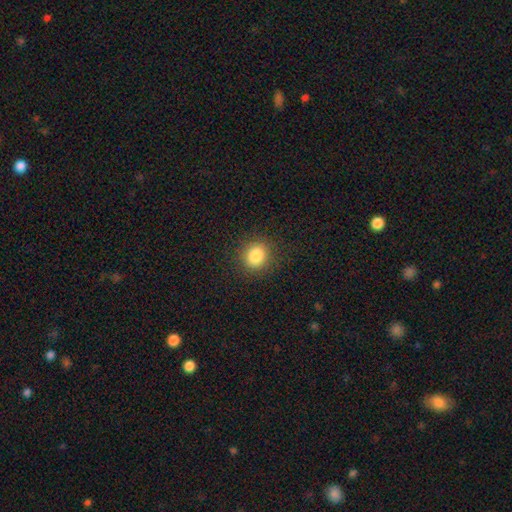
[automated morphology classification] Overall: smooth (85%). How rounded: round (79%). Merging: none (89%).